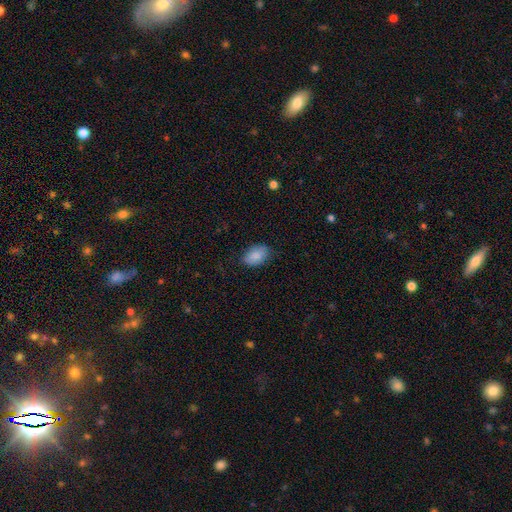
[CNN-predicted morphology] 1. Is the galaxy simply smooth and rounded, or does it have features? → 88% smooth, 7% star or artifact, 6% featured or disk.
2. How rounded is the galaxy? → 89% in between, 9% round, 1% cigar-shaped.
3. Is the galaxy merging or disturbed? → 79% none, 16% minor disturbance, 4% major disturbance, 1% merger.